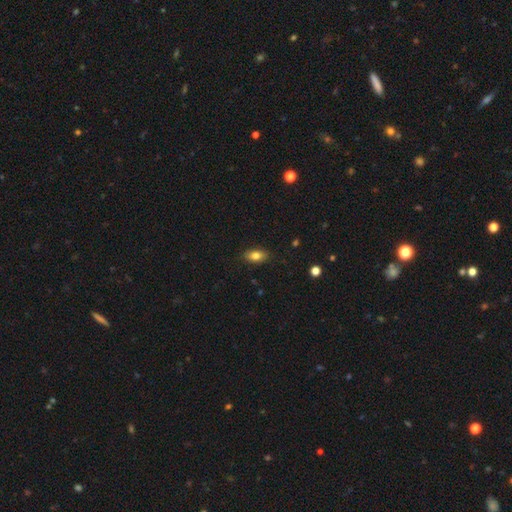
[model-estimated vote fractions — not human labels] A smooth galaxy with no disk features (80%) that is in between round and cigar-shaped (87%).

Vote fractions:
- Smooth or featured? smooth: 80% / featured or disk: 11% / star or artifact: 9%
- How rounded? in between: 87% / round: 8% / cigar-shaped: 5%
- Merging? none: 86% / minor disturbance: 11% / major disturbance: 2% / merger: 1%